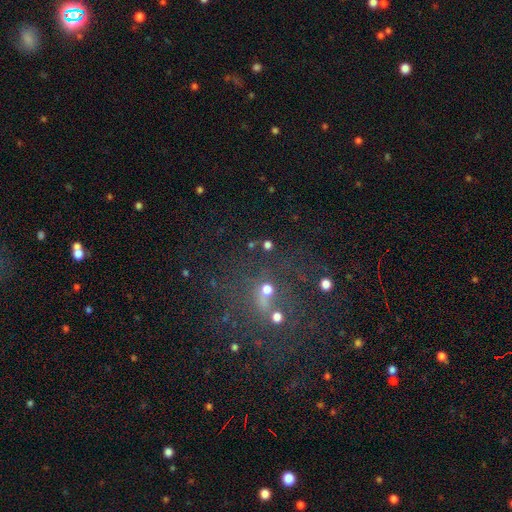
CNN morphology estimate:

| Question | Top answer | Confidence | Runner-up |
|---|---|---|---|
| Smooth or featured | star or artifact | 58% | smooth (27%) |